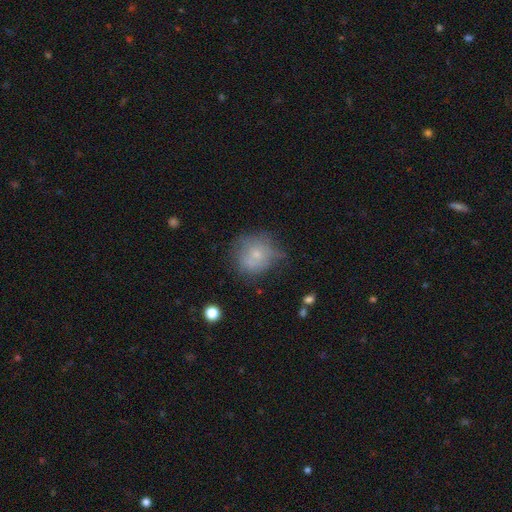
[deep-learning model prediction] smooth 60%, featured or disk 30%, star or artifact 11%. Down the decision tree: how rounded — round (84%); merging — none (52%).